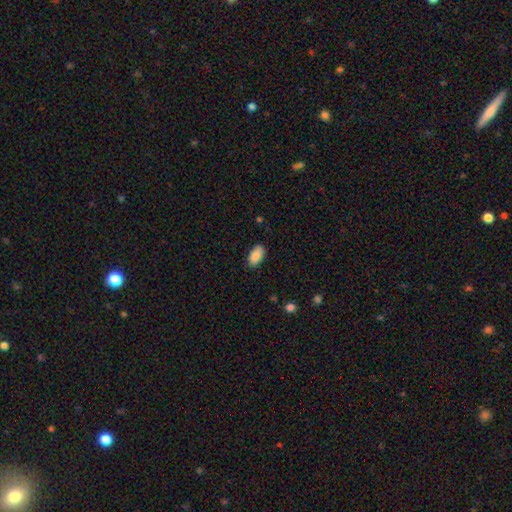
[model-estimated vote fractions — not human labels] This is clearly a smooth galaxy (89%). How rounded: clearly in between (94%). Merging: clearly none (85%).